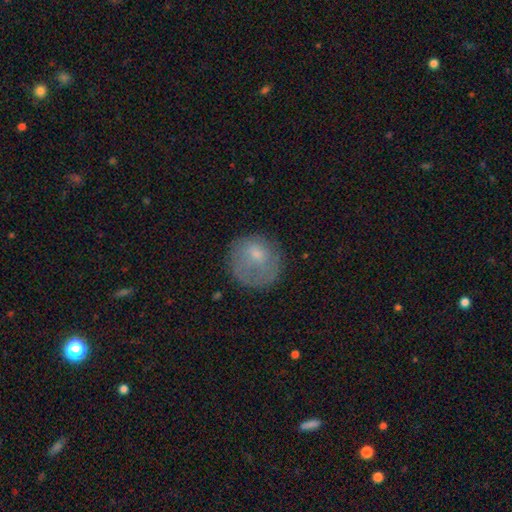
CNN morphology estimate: Q: Smooth or featured?
A: smooth (65%); runner-up: featured or disk (26%)
Q: How rounded?
A: round (84%); runner-up: in between (15%)
Q: Merging?
A: none (57%); runner-up: minor disturbance (23%)